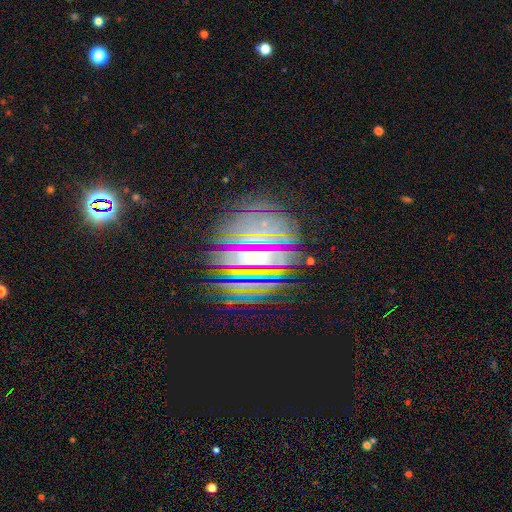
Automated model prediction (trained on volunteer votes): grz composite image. It shows a featured or disk galaxy (43%). Merging: none (83%).